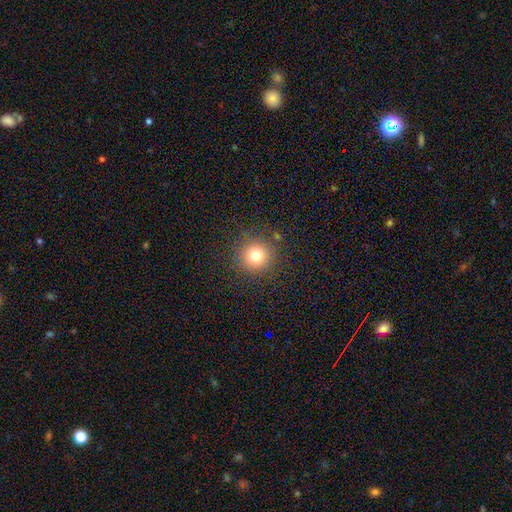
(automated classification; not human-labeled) smooth 77%, star or artifact 15%, featured or disk 8%. Down the decision tree: how rounded — round (94%); merging — none (87%).